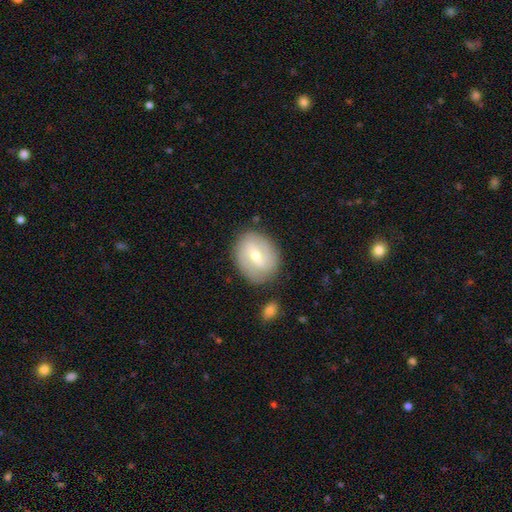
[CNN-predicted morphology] type=featured or disk (56%); edge-on=no (95%); bar=weak (57%); spiral arms=yes (70%); bulge=moderate (54%); merging=none (79%).